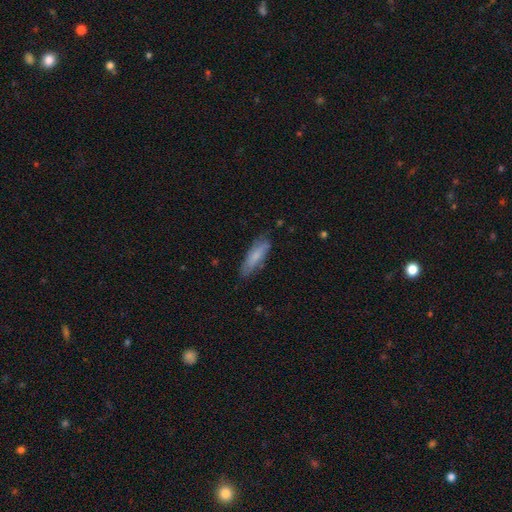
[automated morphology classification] Overall: smooth (69%). How rounded: cigar-shaped (55%; in between 43%). Merging: none (76%).